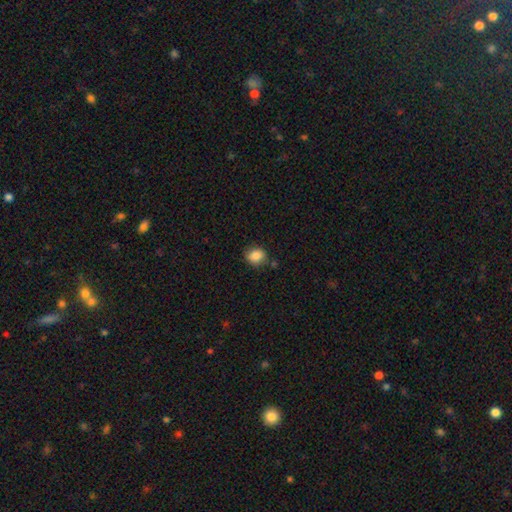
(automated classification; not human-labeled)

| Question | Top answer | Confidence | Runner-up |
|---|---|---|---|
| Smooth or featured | smooth | 86% | star or artifact (9%) |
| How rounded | round | 63% | in between (36%) |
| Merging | none | 78% | minor disturbance (14%) |